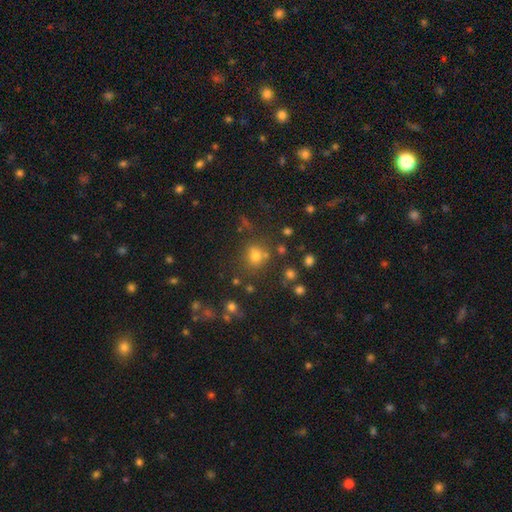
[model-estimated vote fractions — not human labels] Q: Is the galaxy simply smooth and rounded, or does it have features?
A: smooth — 67%.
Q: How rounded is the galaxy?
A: round — 77%.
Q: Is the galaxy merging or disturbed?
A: none — 71%.